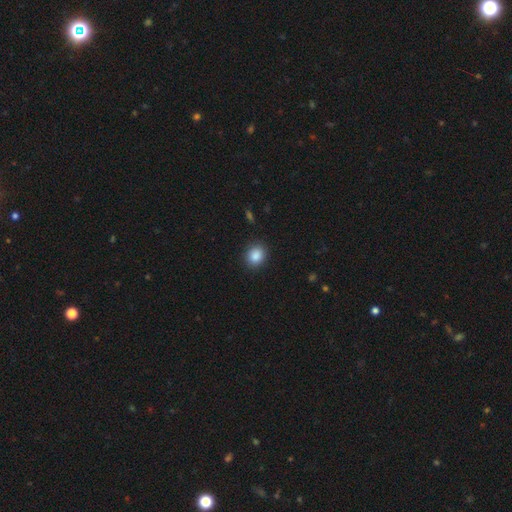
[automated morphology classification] A smooth galaxy with no disk features (87%) that is round (65%).

Vote fractions:
- Smooth or featured? smooth: 87% / star or artifact: 9% / featured or disk: 4%
- How rounded? round: 65% / in between: 34% / cigar-shaped: 1%
- Merging? none: 89% / minor disturbance: 8% / major disturbance: 2% / merger: 1%